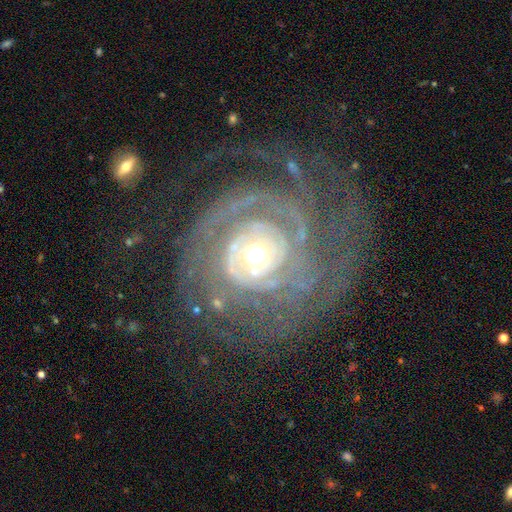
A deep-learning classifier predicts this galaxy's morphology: Smooth or featured? featured or disk (89%)
Edge-on disk? no (97%)
Bar? no (78%)
Spiral arms? yes (94%)
Spiral winding? tight (77%)
Spiral arm count? can't tell (30%)
Bulge size? moderate (62%)
Merging? none (66%)